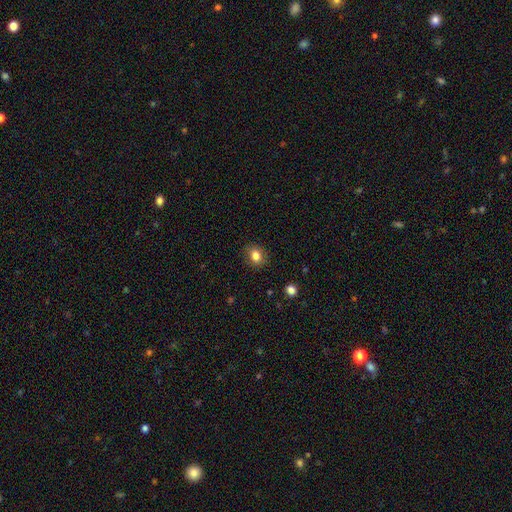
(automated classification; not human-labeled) This is clearly a smooth galaxy (82%). How rounded: possibly round (56%). Merging: clearly none (86%).